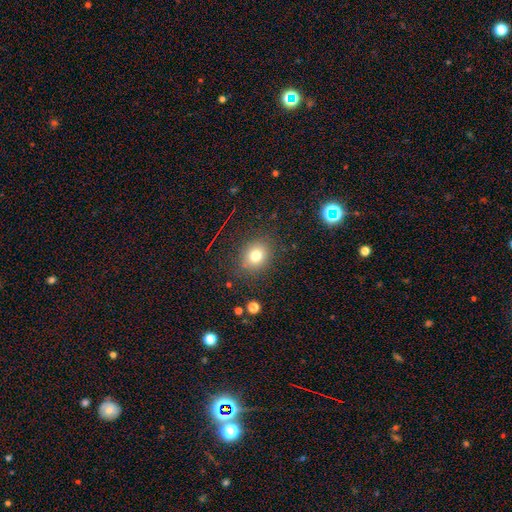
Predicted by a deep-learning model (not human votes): A smooth galaxy with no disk features (76%) that is round (69%). Merging: none (85%).